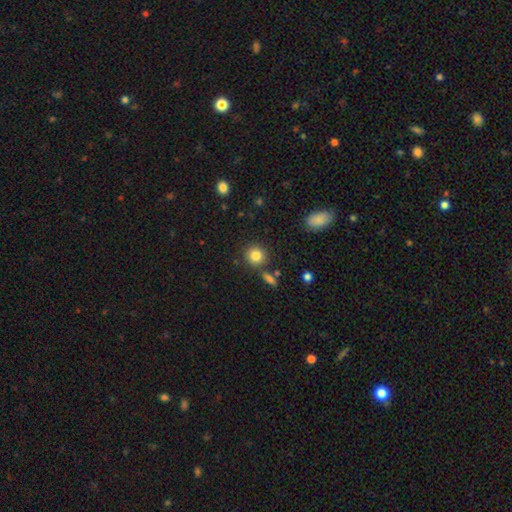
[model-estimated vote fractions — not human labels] A smooth galaxy with no disk features (83%) that is round (90%). Merging: none (82%).